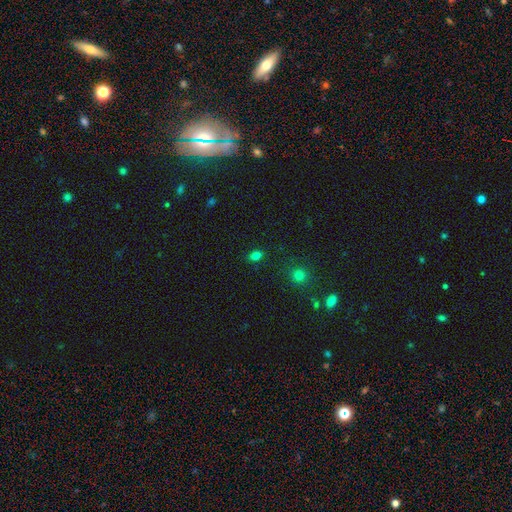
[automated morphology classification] Smooth or featured? Predicted: smooth (p=0.78). How rounded? Predicted: in between (p=0.75). Merging? Predicted: none (p=0.86).